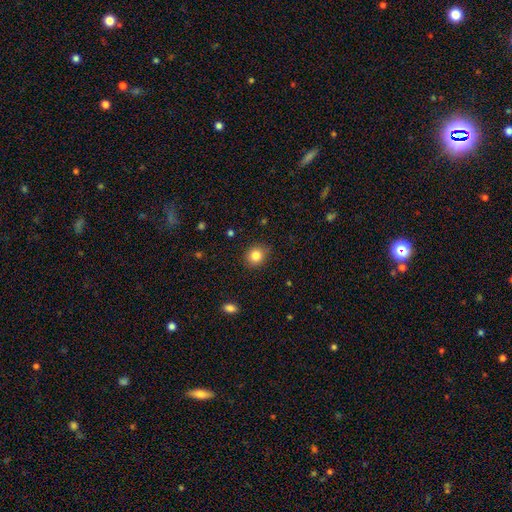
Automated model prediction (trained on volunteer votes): smooth 84%, star or artifact 10%, featured or disk 6%. Down the decision tree: how rounded — round (77%); merging — none (88%).